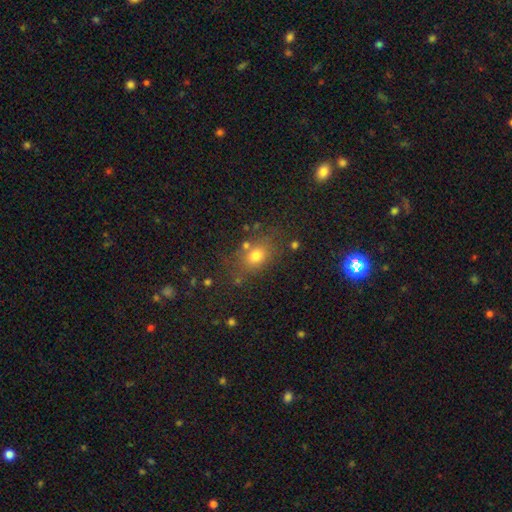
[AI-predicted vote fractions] A smooth galaxy with no disk features (75%) that is in between round and cigar-shaped (61%).

Vote fractions:
- Smooth or featured? smooth: 75% / star or artifact: 15% / featured or disk: 10%
- How rounded? in between: 61% / round: 37% / cigar-shaped: 2%
- Merging? none: 72% / minor disturbance: 15% / merger: 7% / major disturbance: 6%